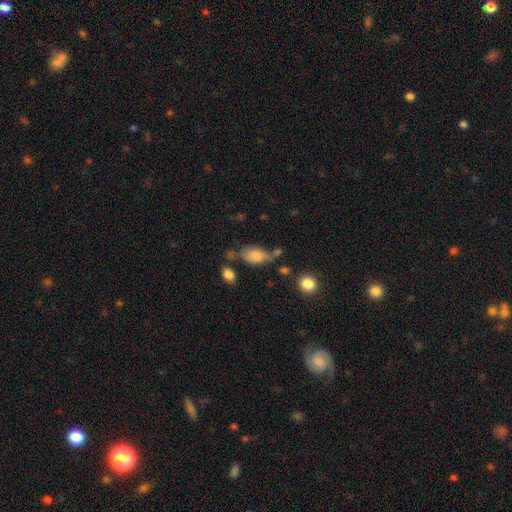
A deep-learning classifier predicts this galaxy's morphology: Smooth or featured: smooth — 80% (featured or disk — 11%)
How rounded: in between — 89% (round — 8%)
Merging: none — 45% (minor disturbance — 27%)